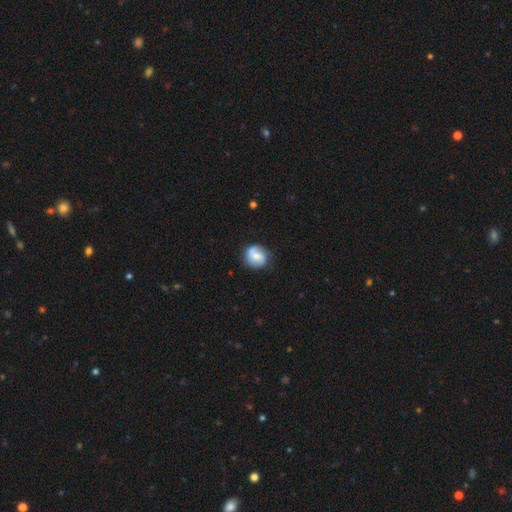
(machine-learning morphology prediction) Smooth or featured?
  - featured or disk: 51% *
  - smooth: 41%
  - star or artifact: 8%
Edge-on disk?
  - no: 98% *
  - yes: 2%
Merging?
  - none: 73% *
  - minor disturbance: 19%
  - major disturbance: 6%
  - merger: 3%